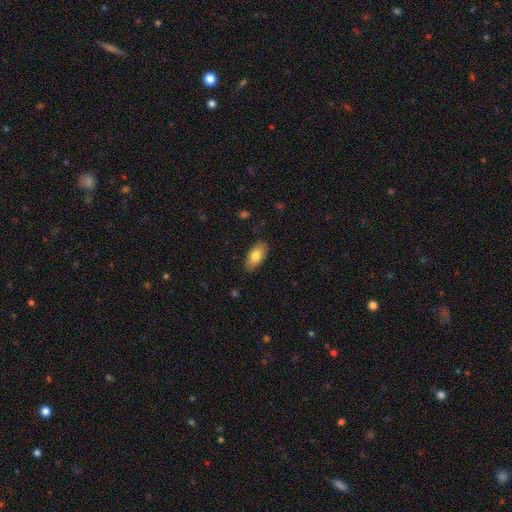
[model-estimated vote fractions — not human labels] A smooth galaxy with no disk features (78%) that is in between round and cigar-shaped (91%).

Vote fractions:
- Smooth or featured? smooth: 78% / featured or disk: 15% / star or artifact: 7%
- How rounded? in between: 91% / cigar-shaped: 6% / round: 3%
- Merging? none: 84% / minor disturbance: 13% / major disturbance: 2% / merger: 1%